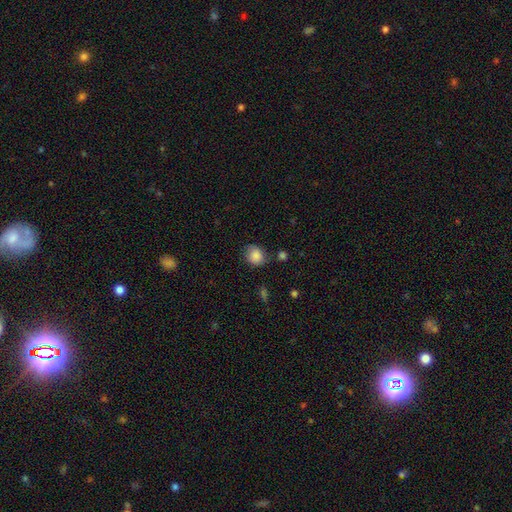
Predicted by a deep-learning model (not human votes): Overall: smooth (86%). How rounded: round (73%). Merging: none (73%).